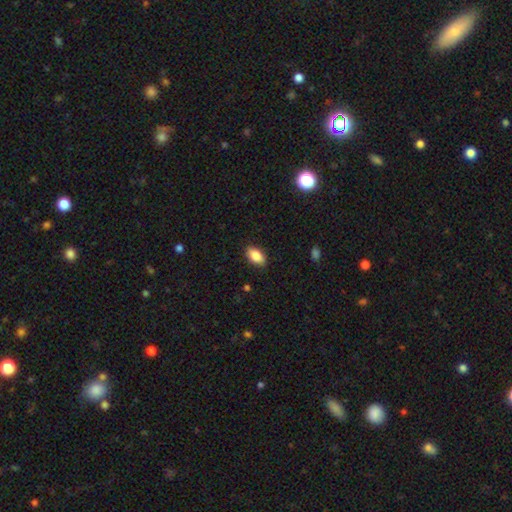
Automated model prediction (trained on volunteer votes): Smooth or featured?
  - smooth: 86% *
  - star or artifact: 7%
  - featured or disk: 7%
How rounded?
  - in between: 91% *
  - round: 6%
  - cigar-shaped: 3%
Merging?
  - none: 88% *
  - minor disturbance: 9%
  - major disturbance: 2%
  - merger: 1%